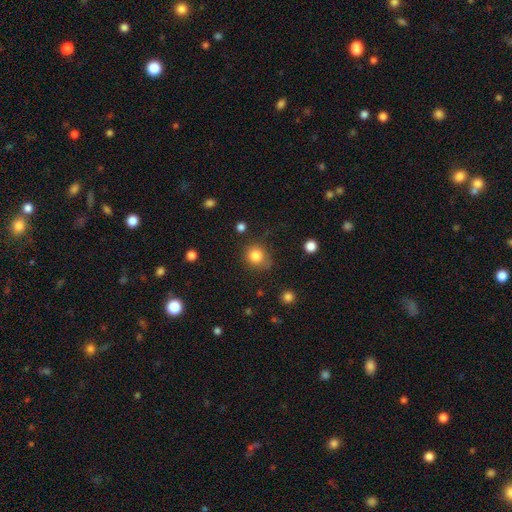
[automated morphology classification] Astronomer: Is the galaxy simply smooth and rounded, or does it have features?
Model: smooth — 82%.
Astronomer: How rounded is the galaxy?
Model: round — 82%.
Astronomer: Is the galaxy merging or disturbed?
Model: none — 73%.